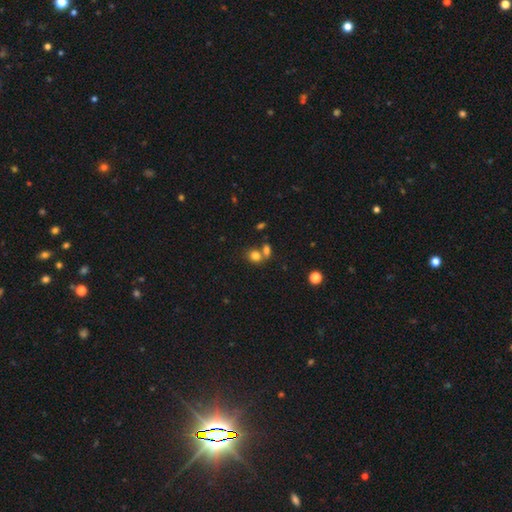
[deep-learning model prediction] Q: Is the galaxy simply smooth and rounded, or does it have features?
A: smooth — 79%.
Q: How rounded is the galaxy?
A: round — 56%.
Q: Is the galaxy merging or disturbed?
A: none — 47%.